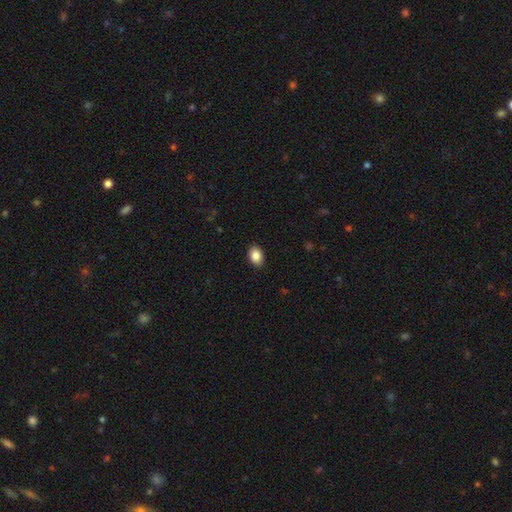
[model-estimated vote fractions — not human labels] smooth 87%, star or artifact 8%, featured or disk 5%. Down the decision tree: how rounded — in between (77%); merging — none (89%).